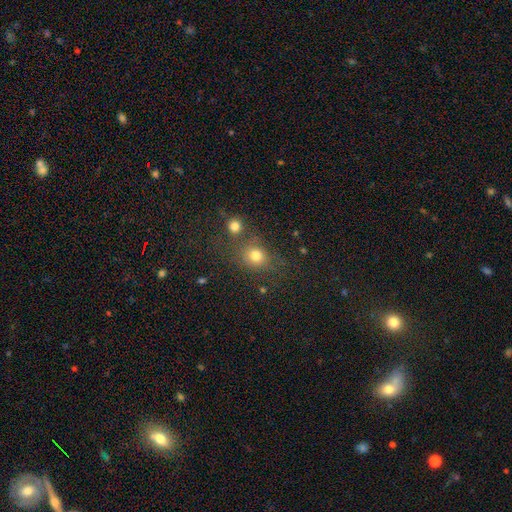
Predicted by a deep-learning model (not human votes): smooth-or-featured: smooth: 75% | star or artifact: 17% | featured or disk: 8%
  how-rounded: round: 74% | in between: 24% | cigar-shaped: 1%
  merging: none: 62% | merger: 20% | minor disturbance: 12% | major disturbance: 6%